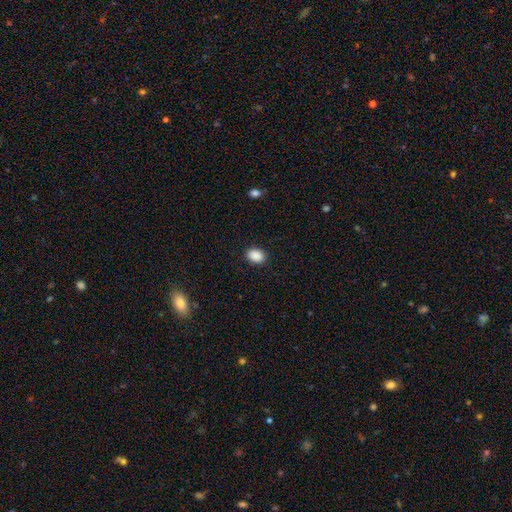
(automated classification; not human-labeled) Smooth or featured? Predicted: smooth (p=0.90). How rounded? Predicted: in between (p=0.72). Merging? Predicted: none (p=0.89).